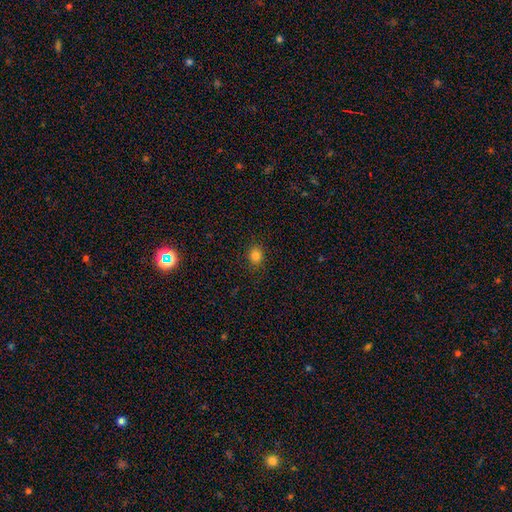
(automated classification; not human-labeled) Smooth or featured? Predicted: smooth (p=0.82). How rounded? Predicted: round (p=0.66). Merging? Predicted: none (p=0.88).